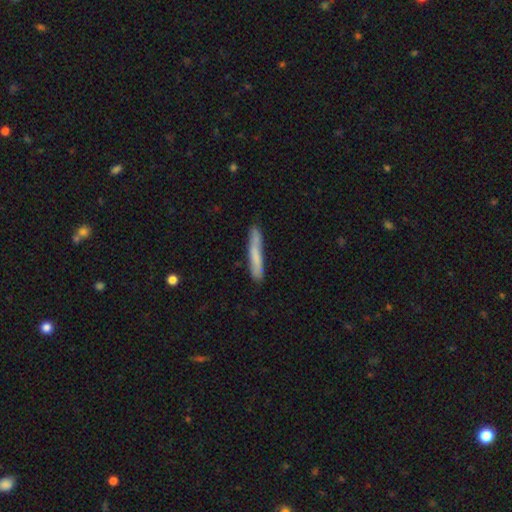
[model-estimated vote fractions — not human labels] Smooth or featured: smooth — 68% (featured or disk — 26%)
How rounded: cigar-shaped — 94% (in between — 4%)
Merging: none — 79% (minor disturbance — 16%)